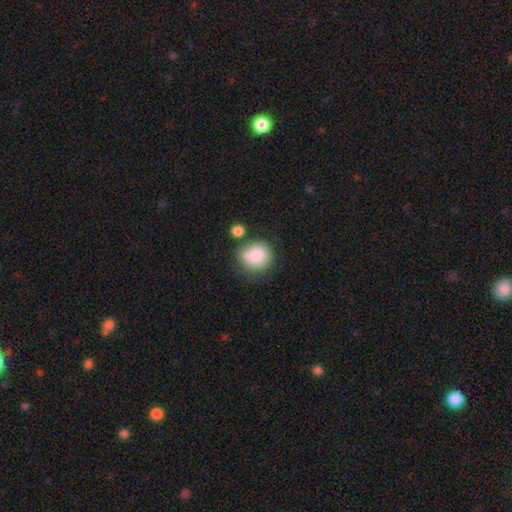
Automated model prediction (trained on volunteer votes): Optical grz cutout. It shows a smooth galaxy with no disk features (86%) that is round (71%). Merging: none (60%).